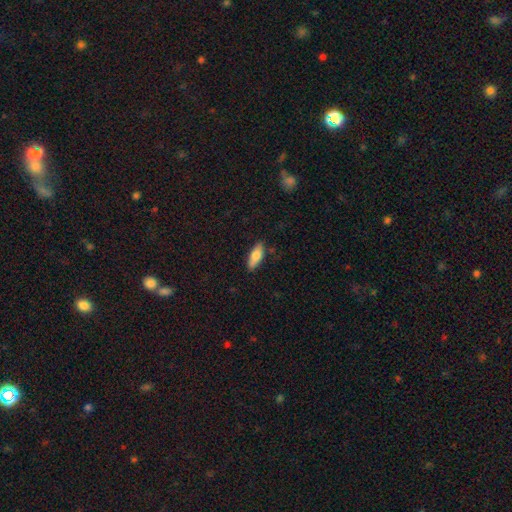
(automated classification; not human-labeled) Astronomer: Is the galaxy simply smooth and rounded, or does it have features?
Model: smooth — 74%.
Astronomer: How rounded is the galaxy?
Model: in between — 66%.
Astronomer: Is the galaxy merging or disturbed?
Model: none — 84%.